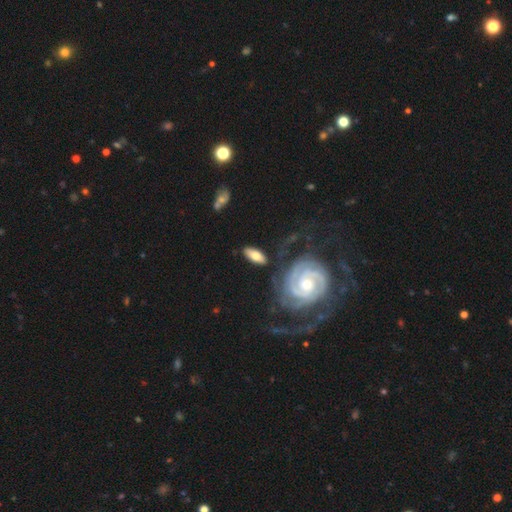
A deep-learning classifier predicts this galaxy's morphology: This is possibly a featured or disk galaxy (48%). Merging: likely none (72%).